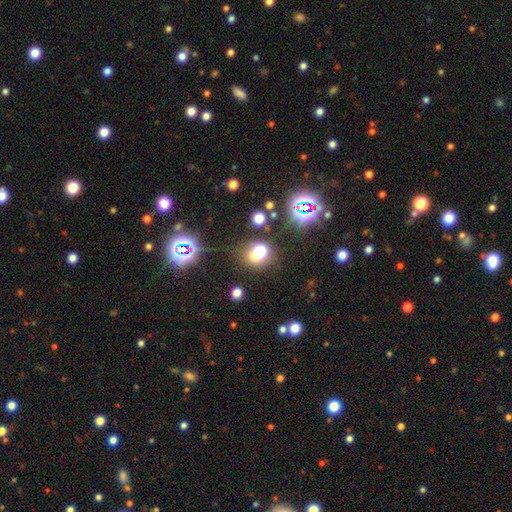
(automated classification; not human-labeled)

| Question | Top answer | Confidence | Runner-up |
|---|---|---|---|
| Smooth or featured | smooth | 48% | star or artifact (38%) |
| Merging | none | 51% | merger (27%) |